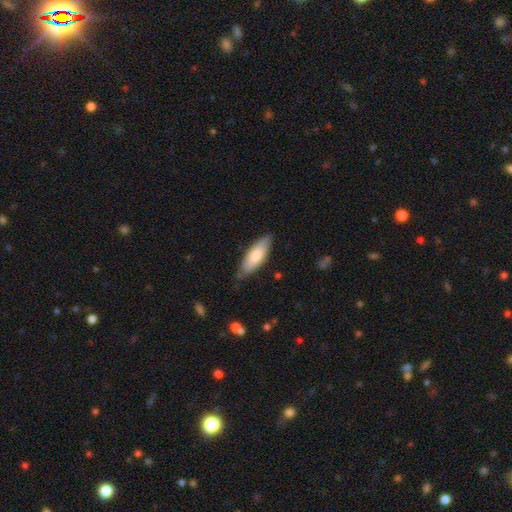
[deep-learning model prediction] Smooth or featured? smooth (74%)
How rounded? in between (68%)
Merging? none (73%)